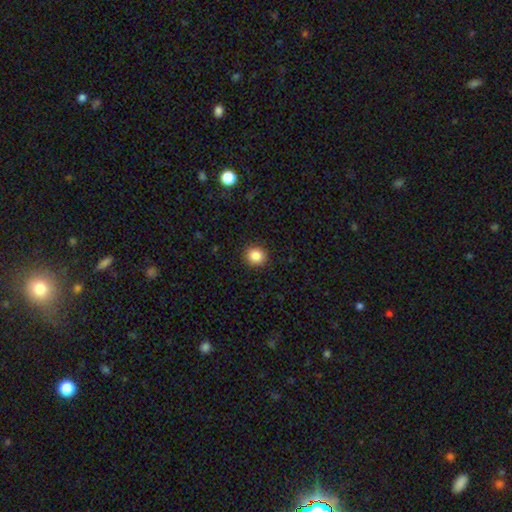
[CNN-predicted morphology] The model was most divided on "smooth or featured": smooth: 86%, star or artifact: 10%, featured or disk: 4%. More confident: merging — none (91%); how rounded — round (88%).